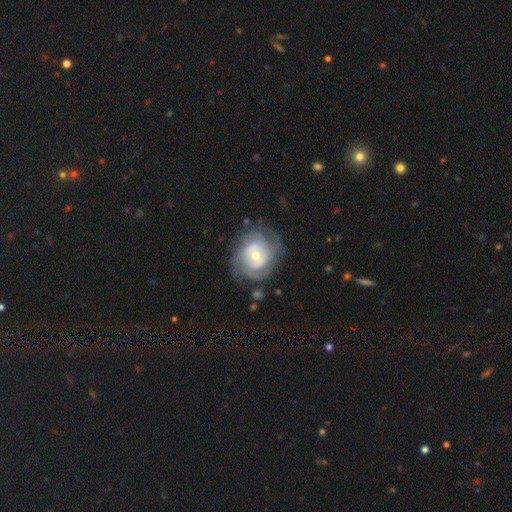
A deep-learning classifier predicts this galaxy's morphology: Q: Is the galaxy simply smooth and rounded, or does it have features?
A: featured or disk — 82%.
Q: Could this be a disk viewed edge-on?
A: no — 97%.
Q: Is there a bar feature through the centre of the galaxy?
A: no — 51%.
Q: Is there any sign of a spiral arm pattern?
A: yes — 90%.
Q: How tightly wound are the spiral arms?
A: tight — 61%.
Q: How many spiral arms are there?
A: can't tell — 36%.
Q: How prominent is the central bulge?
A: moderate — 56%.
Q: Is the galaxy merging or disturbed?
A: none — 67%.